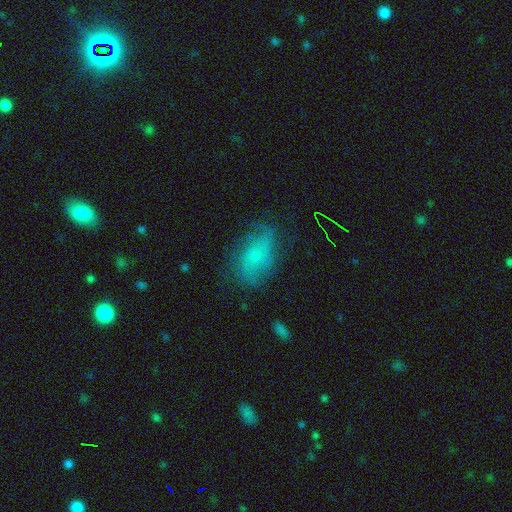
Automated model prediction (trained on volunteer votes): This is possibly a featured or disk galaxy (47%). Merging: likely none (64%).